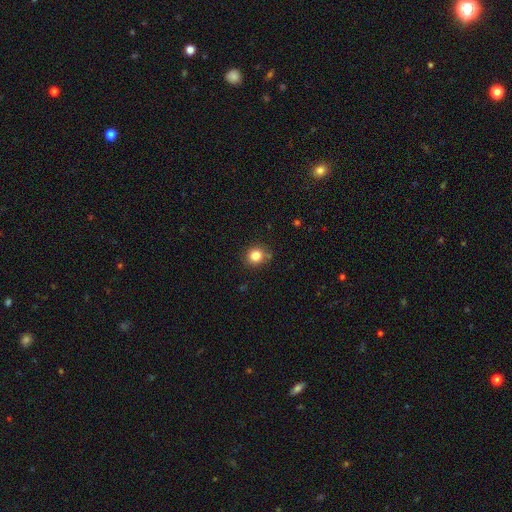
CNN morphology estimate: This is clearly a smooth galaxy (83%). How rounded: clearly round (88%). Merging: clearly none (83%).